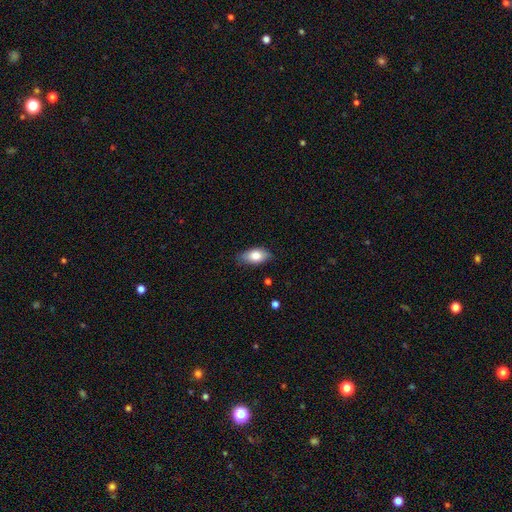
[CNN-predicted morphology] smooth 78%, featured or disk 15%, star or artifact 7%. Down the decision tree: how rounded — in between (90%); merging — none (79%).